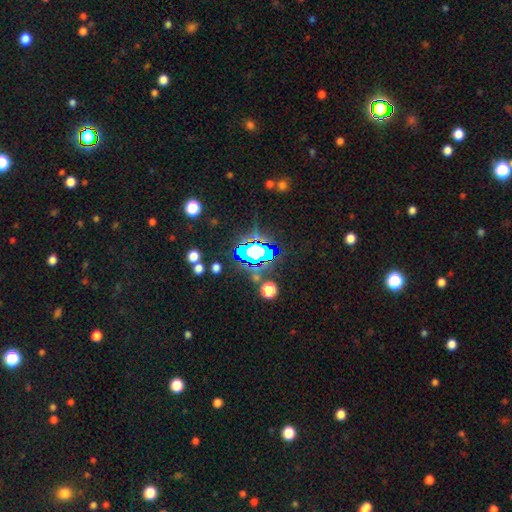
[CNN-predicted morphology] Smooth or featured?
  - star or artifact: 63% *
  - smooth: 22%
  - featured or disk: 15%